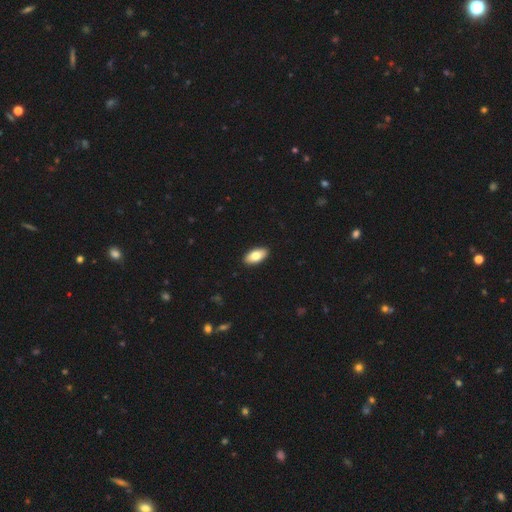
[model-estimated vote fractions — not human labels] Overall: smooth (79%). How rounded: in between (93%). Merging: none (91%).